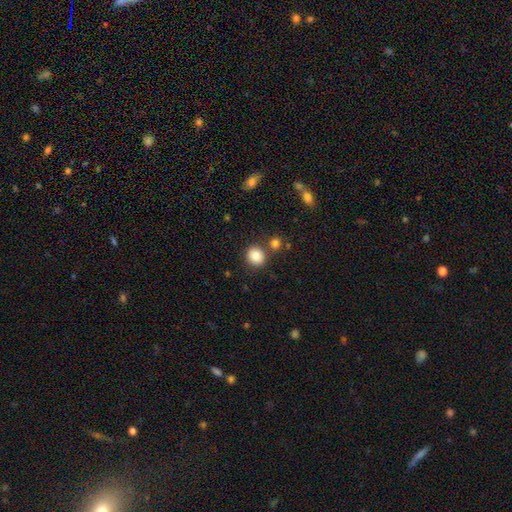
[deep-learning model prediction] smooth-or-featured: smooth: 84% | star or artifact: 10% | featured or disk: 7%
  how-rounded: round: 83% | in between: 16% | cigar-shaped: 1%
  merging: none: 80% | merger: 10% | minor disturbance: 8% | major disturbance: 3%